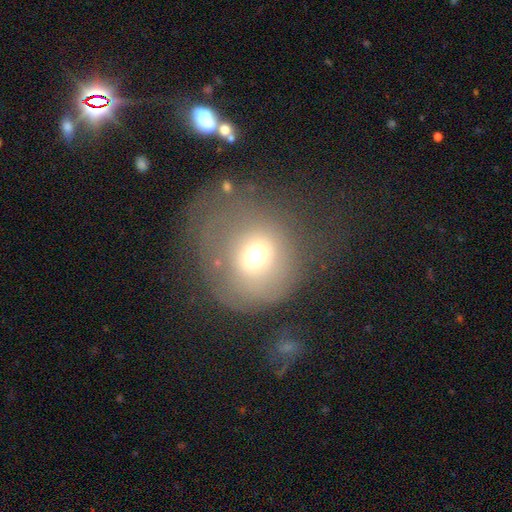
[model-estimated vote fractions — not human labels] Overall: smooth (60%; featured or disk 23%). How rounded: round (85%). Merging: none (44%; major disturbance 32%).